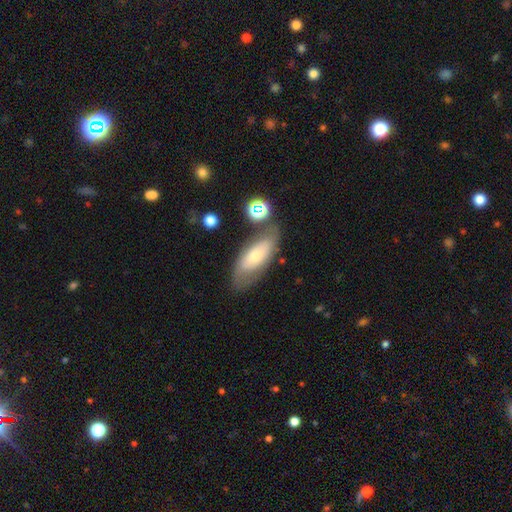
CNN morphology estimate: Overall: smooth (53%; featured or disk 39%). How rounded: in between (75%). Merging: none (66%).